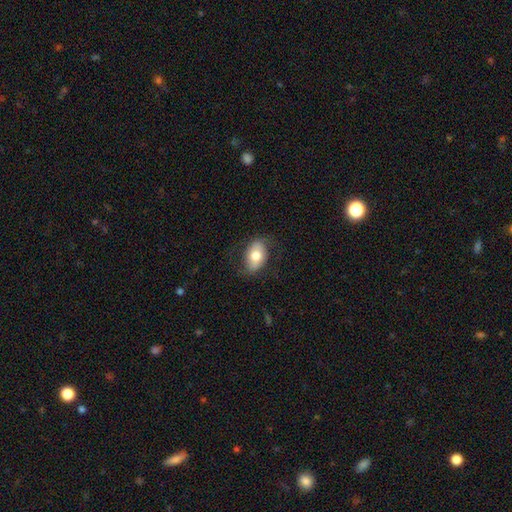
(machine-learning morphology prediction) A smooth galaxy with no disk features (69%) that is in between round and cigar-shaped (88%).

Vote fractions:
- Smooth or featured? smooth: 69% / featured or disk: 25% / star or artifact: 7%
- How rounded? in between: 88% / round: 10% / cigar-shaped: 2%
- Merging? none: 76% / minor disturbance: 17% / major disturbance: 7% / merger: 1%